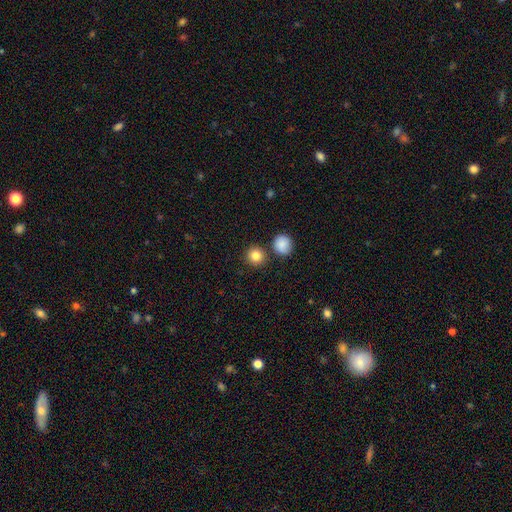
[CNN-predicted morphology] The model was most divided on "smooth or featured": smooth: 85%, star or artifact: 10%, featured or disk: 5%. More confident: how rounded — round (92%); merging — none (83%).